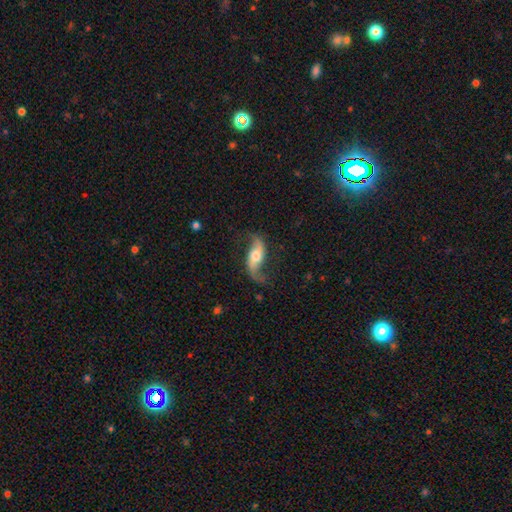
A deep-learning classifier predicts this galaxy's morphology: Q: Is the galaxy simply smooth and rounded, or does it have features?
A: featured or disk — 82%.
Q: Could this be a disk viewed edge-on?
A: no — 91%.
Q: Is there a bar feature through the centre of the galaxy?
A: no — 47%.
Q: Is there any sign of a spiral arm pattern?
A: yes — 95%.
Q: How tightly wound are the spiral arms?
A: loose — 89%.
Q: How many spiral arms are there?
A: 2 — 93%.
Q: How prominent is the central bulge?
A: moderate — 63%.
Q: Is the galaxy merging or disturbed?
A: none — 73%.